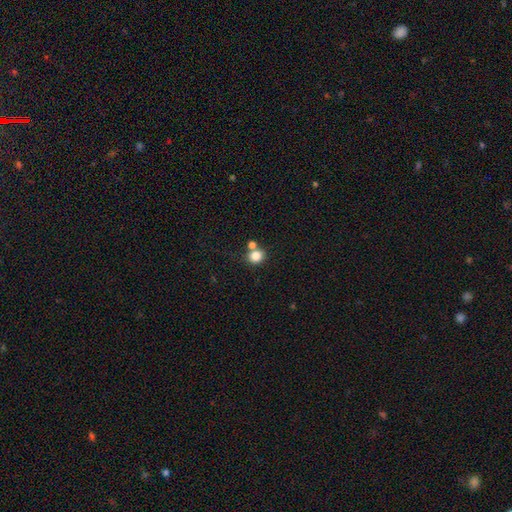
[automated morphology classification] smooth_or_featured: smooth (p=0.82) [alt: star or artifact p=0.11]
how_rounded: round (p=0.79) [alt: in between p=0.20]
merging: none (p=0.62) [alt: merger p=0.27]